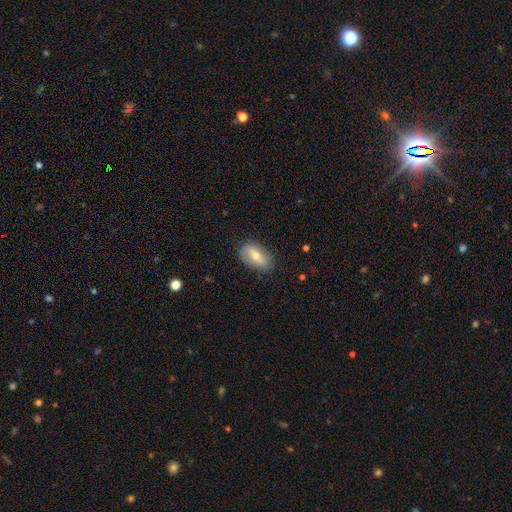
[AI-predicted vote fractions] This appears to be a smooth galaxy with no disk features (62%) that is in between round and cigar-shaped (89%). Merging: none (81%).